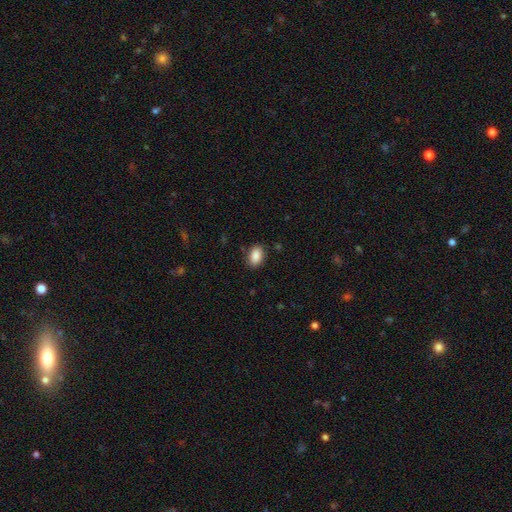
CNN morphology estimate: The model was most divided on "merging": none: 86%, minor disturbance: 10%, major disturbance: 2%, merger: 1%. More confident: how rounded — in between (89%); smooth or featured — smooth (89%).